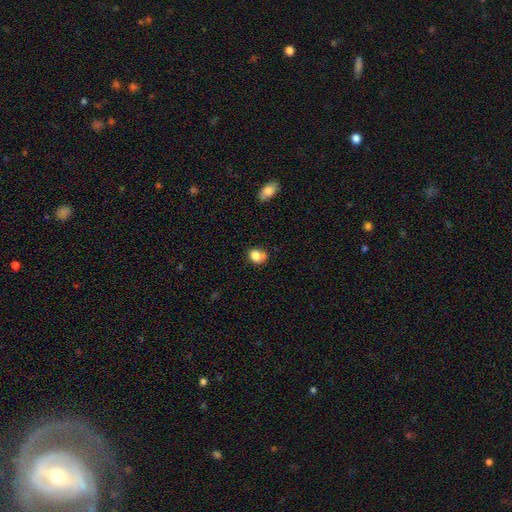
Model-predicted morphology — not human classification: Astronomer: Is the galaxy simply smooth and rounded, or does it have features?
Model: smooth — 79%.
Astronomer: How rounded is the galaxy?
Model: round — 52% (runner-up: in between, 47%).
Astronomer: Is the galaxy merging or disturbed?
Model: none — 47% (runner-up: minor disturbance, 25%).